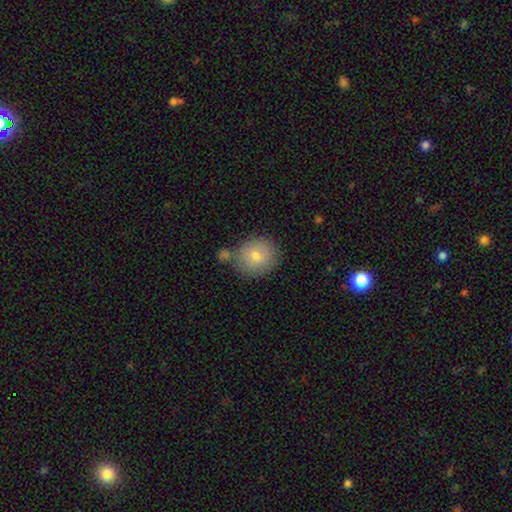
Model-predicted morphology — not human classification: Smooth or featured? smooth (78%)
How rounded? round (85%)
Merging? none (72%)